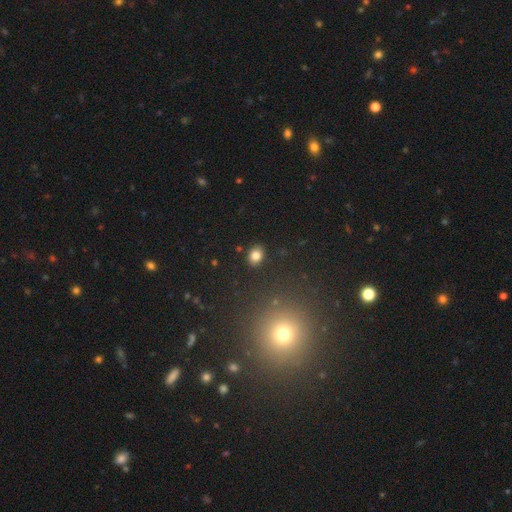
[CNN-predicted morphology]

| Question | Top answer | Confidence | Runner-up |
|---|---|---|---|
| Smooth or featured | smooth | 82% | star or artifact (12%) |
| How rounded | in between | 59% | round (39%) |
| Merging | none | 88% | minor disturbance (8%) |